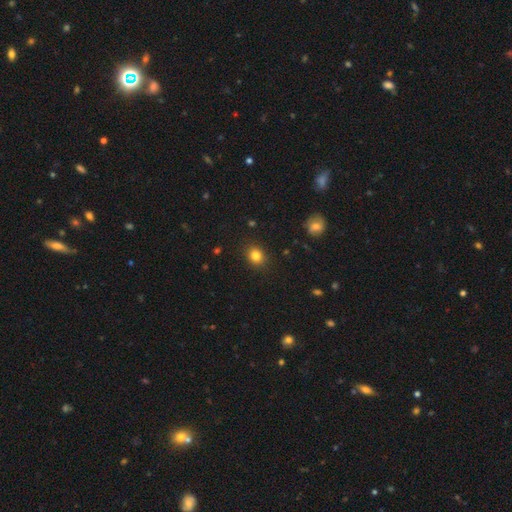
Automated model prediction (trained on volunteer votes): Q: Smooth or featured?
A: smooth (83%); runner-up: star or artifact (12%)
Q: How rounded?
A: round (64%); runner-up: in between (35%)
Q: Merging?
A: none (89%); runner-up: minor disturbance (8%)